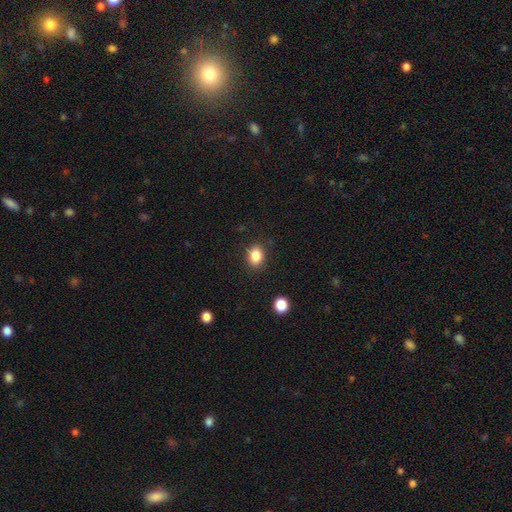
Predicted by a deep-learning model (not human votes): Smooth or featured?
  - smooth: 86% *
  - star or artifact: 9%
  - featured or disk: 4%
How rounded?
  - in between: 63% *
  - round: 36%
  - cigar-shaped: 1%
Merging?
  - none: 86% *
  - minor disturbance: 9%
  - major disturbance: 3%
  - merger: 2%